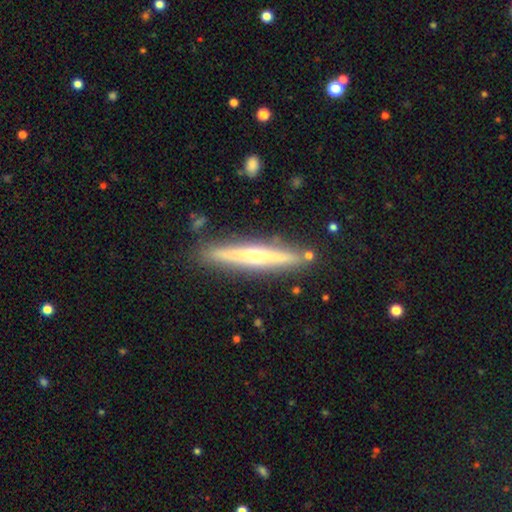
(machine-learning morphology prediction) This appears to be a featured or disk galaxy (70%) viewed edge-on (95%) with a rounded central bulge (86%). Merging: none (88%).